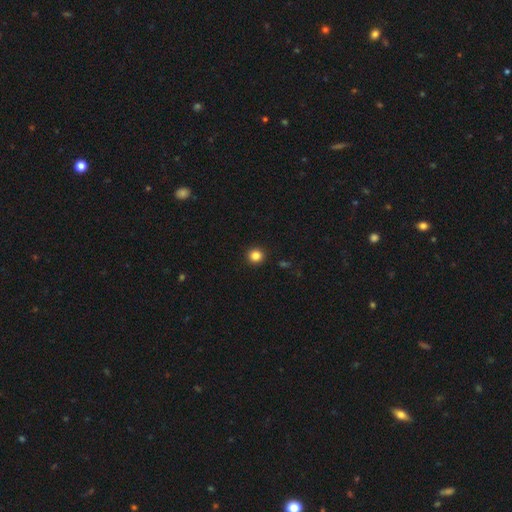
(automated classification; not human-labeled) smooth 84%, star or artifact 12%, featured or disk 4%. Down the decision tree: how rounded — round (92%); merging — none (93%).